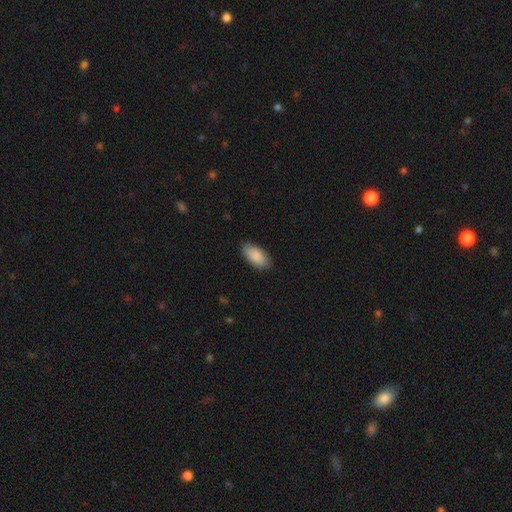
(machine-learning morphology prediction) This is clearly a smooth galaxy (89%). How rounded: clearly in between (94%). Merging: clearly none (85%).